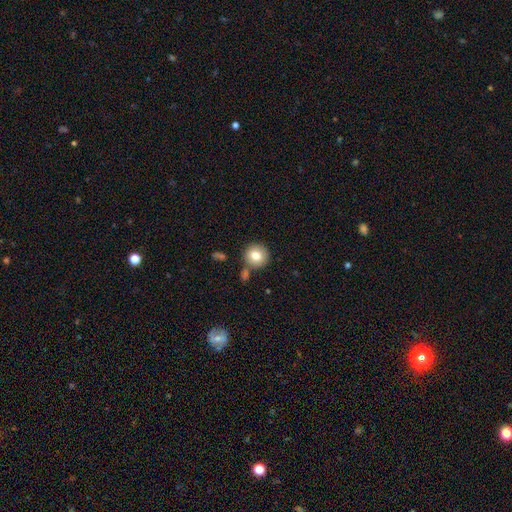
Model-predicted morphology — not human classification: Overall: smooth (80%). How rounded: round (93%). Merging: none (76%).